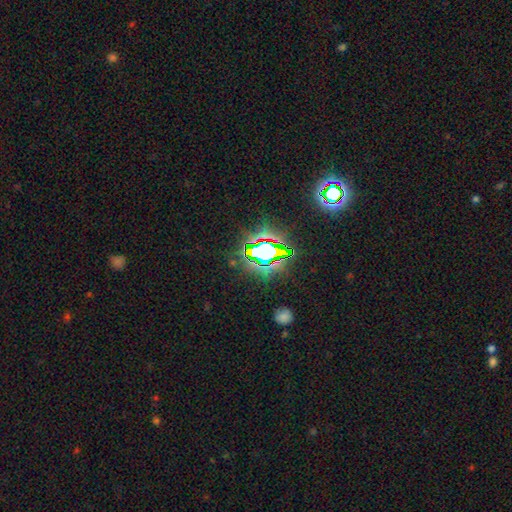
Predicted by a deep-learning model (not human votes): Smooth or featured?
  - star or artifact: 78% *
  - smooth: 13%
  - featured or disk: 9%